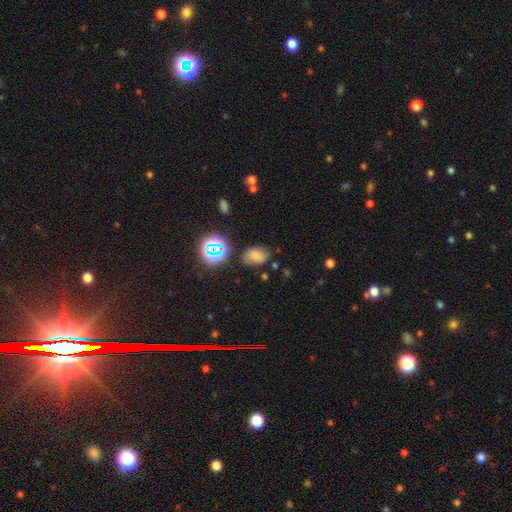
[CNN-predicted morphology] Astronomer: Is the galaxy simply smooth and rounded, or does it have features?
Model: smooth — 68%.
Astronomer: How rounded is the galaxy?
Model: in between — 78%.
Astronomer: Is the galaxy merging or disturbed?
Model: none — 70%.